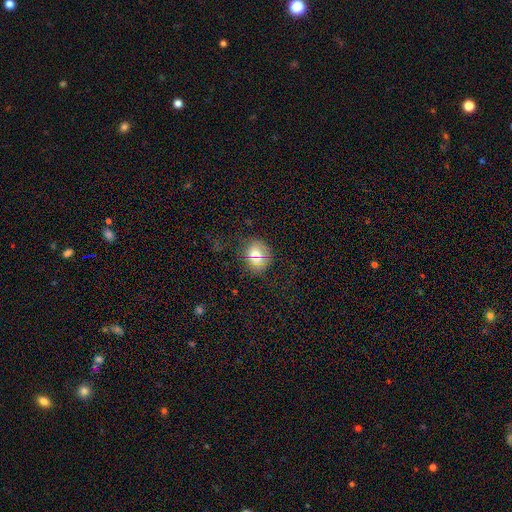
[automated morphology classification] A smooth galaxy with no disk features (70%) that is round (71%). Merging: none (73%).